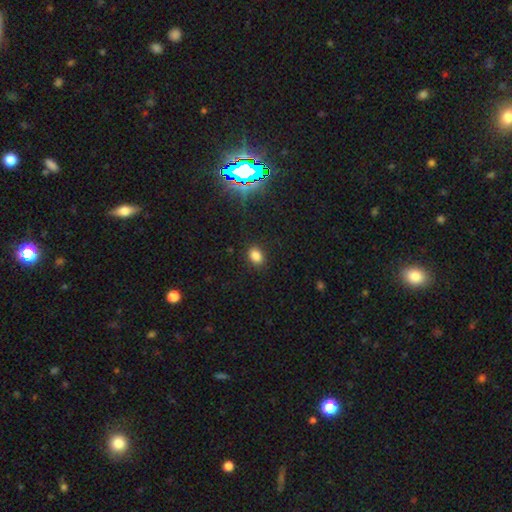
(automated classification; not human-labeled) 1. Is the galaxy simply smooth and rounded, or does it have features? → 80% smooth, 15% star or artifact, 5% featured or disk.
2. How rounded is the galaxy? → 70% in between, 28% round, 1% cigar-shaped.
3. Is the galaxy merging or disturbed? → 87% none, 9% minor disturbance, 3% major disturbance, 1% merger.